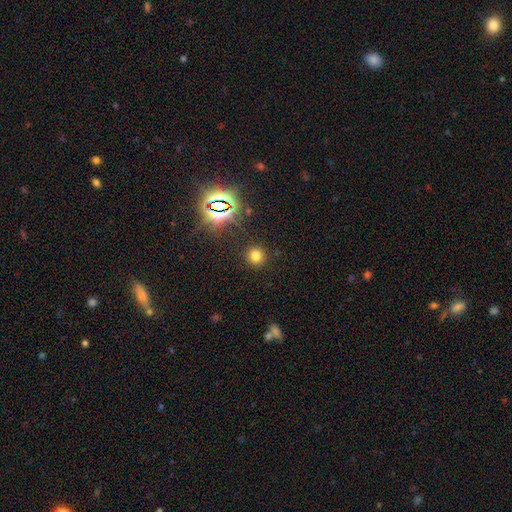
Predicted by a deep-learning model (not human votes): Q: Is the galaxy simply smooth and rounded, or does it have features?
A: smooth — 71%.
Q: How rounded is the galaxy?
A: round — 91%.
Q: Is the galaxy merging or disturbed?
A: none — 90%.